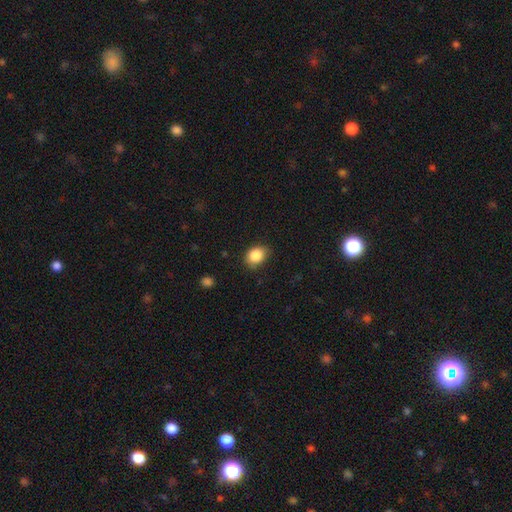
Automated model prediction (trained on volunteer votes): Smooth or featured? Predicted: smooth (p=0.86). How rounded? Predicted: in between (p=0.50). Merging? Predicted: none (p=0.75).